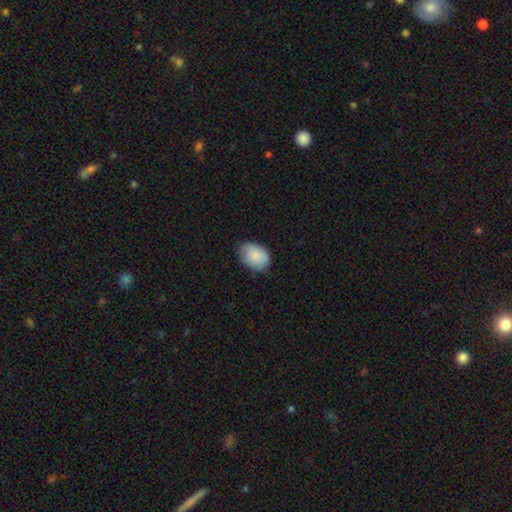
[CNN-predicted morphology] smooth-or-featured: smooth: 87% | featured or disk: 6% | star or artifact: 6%
  how-rounded: in between: 78% | round: 21% | cigar-shaped: 1%
  merging: none: 74% | minor disturbance: 22% | major disturbance: 3% | merger: 1%